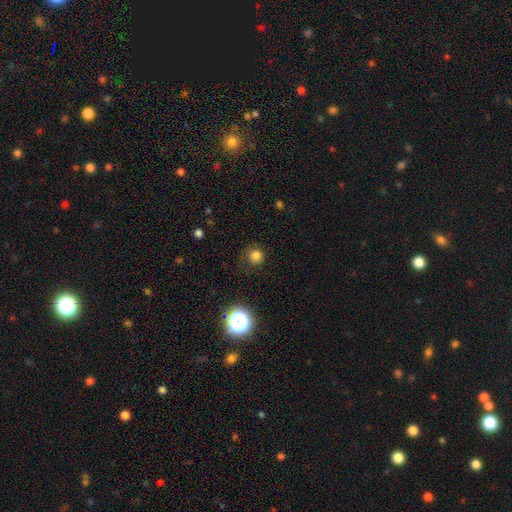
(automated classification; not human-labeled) Q: Smooth or featured?
A: smooth (78%); runner-up: star or artifact (17%)
Q: How rounded?
A: round (93%); runner-up: in between (6%)
Q: Merging?
A: none (82%); runner-up: minor disturbance (12%)